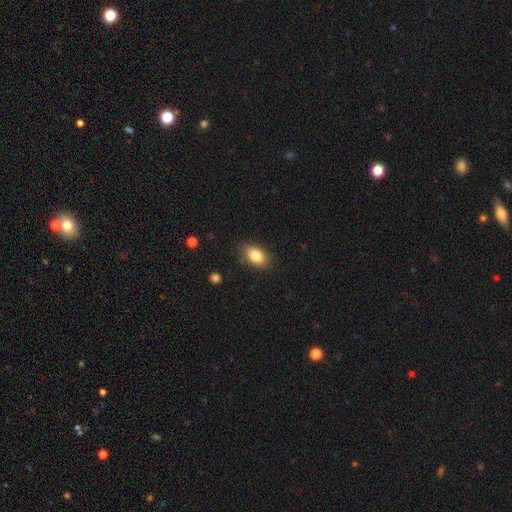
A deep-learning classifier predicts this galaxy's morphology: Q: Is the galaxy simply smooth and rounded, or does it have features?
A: smooth — 83%.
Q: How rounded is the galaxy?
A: in between — 85%.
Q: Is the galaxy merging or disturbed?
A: none — 86%.